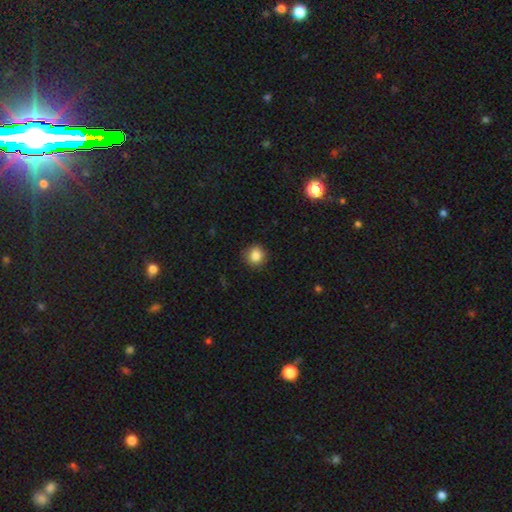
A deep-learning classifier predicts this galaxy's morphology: This is clearly a smooth galaxy (85%). How rounded: clearly round (84%). Merging: clearly none (85%).